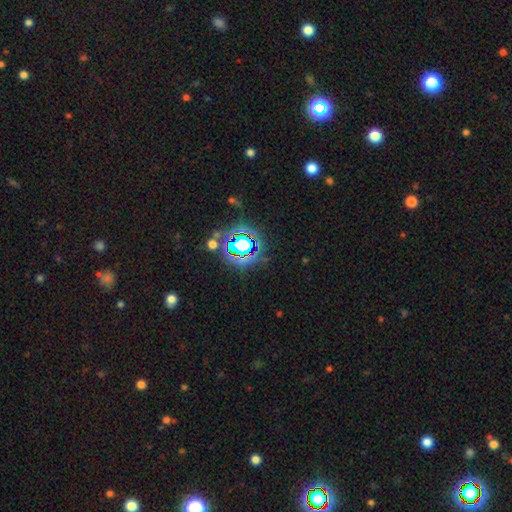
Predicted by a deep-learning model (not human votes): The model was most divided on "smooth or featured": star or artifact: 77%, smooth: 14%, featured or disk: 9%.